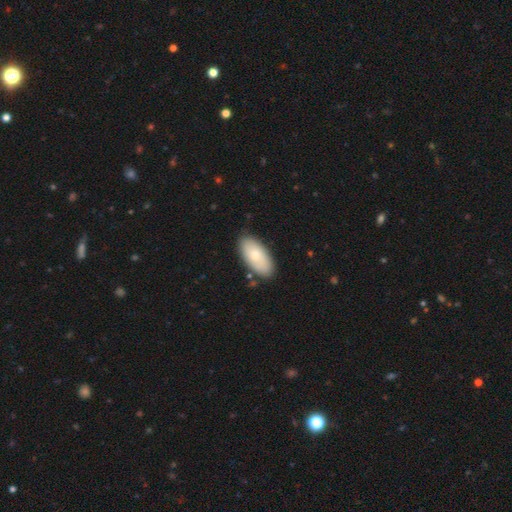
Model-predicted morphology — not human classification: Smooth or featured? Predicted: smooth (p=0.73). How rounded? Predicted: in between (p=0.94). Merging? Predicted: none (p=0.82).